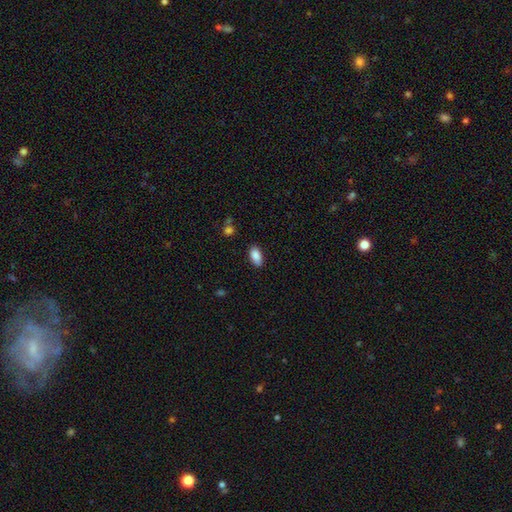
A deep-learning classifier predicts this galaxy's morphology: This appears to be a smooth galaxy with no disk features (88%) that is in between round and cigar-shaped (92%). Merging: none (83%).